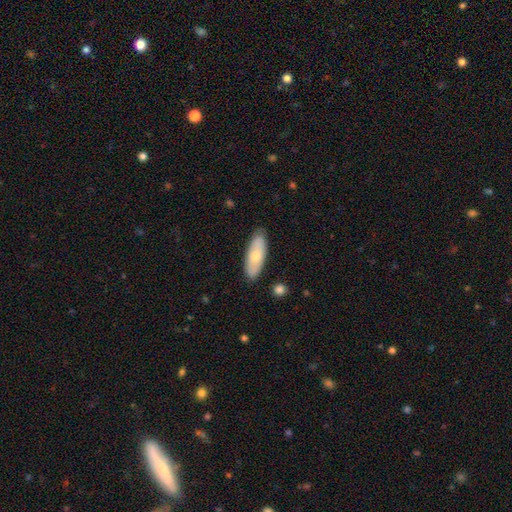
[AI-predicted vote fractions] smooth_or_featured: smooth (p=0.65) [alt: featured or disk p=0.30]
how_rounded: in between (p=0.74) [alt: cigar-shaped p=0.24]
merging: none (p=0.84) [alt: minor disturbance p=0.12]